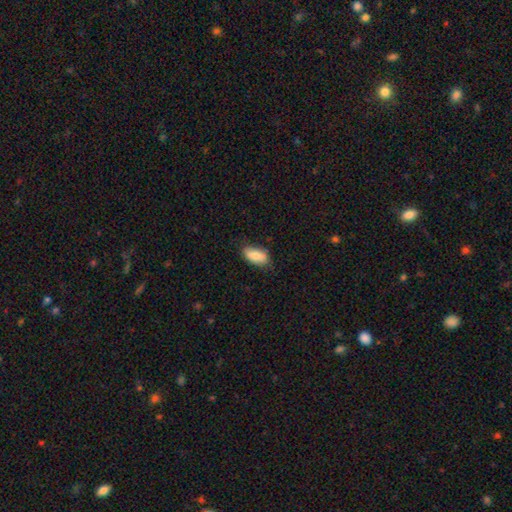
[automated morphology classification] Smooth or featured? Predicted: smooth (p=0.84). How rounded? Predicted: in between (p=0.89). Merging? Predicted: none (p=0.76).